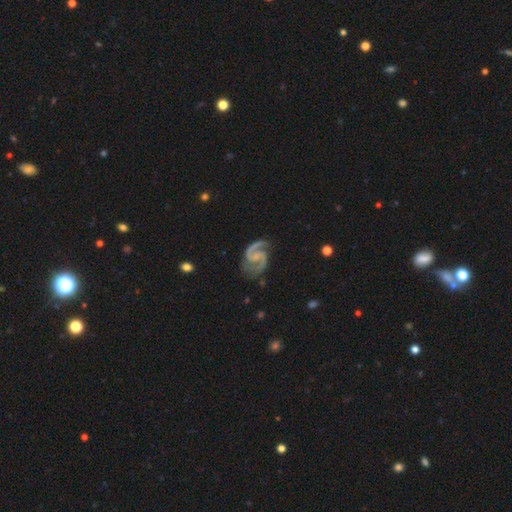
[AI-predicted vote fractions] The model was most divided on "bar": no: 43%, weak: 42%, strong: 15%. More confident: spiral arms — yes (99%); edge-on disk — no (98%); spiral arm count — 2 (94%); smooth or featured — featured or disk (94%); merging — none (76%); spiral winding — medium (63%); bulge size — none (53%).